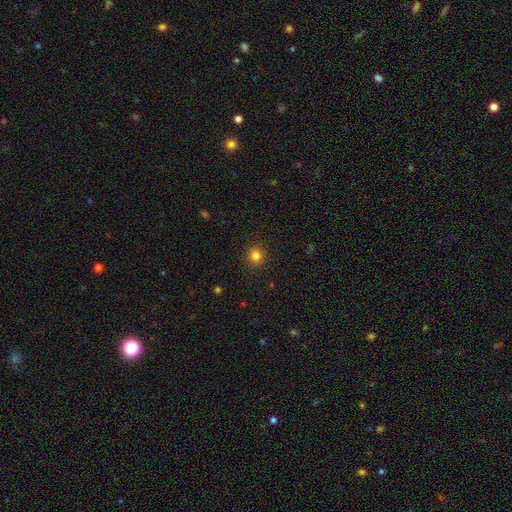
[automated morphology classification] smooth_or_featured: smooth (p=0.83) [alt: star or artifact p=0.13]
how_rounded: round (p=0.89) [alt: in between p=0.10]
merging: none (p=0.91) [alt: minor disturbance p=0.06]